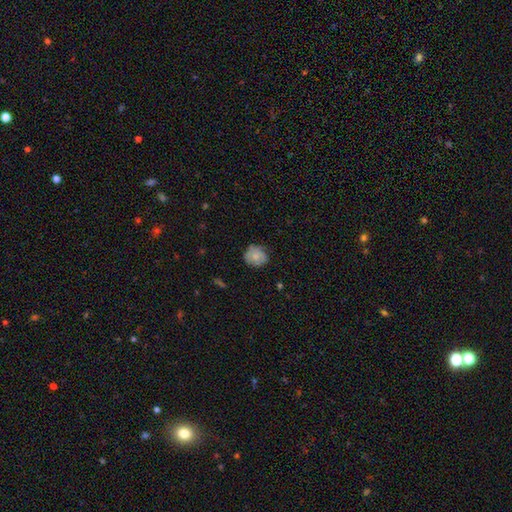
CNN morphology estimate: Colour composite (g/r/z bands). It shows a smooth galaxy with no disk features (71%) that is round (82%). Merging: none (72%).